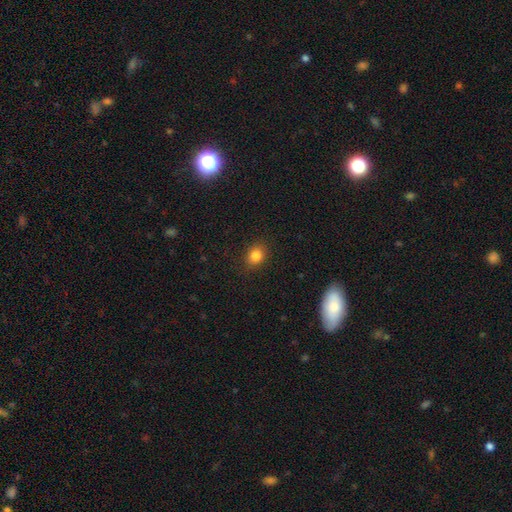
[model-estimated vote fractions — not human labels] smooth_or_featured: smooth (p=0.84) [alt: star or artifact p=0.11]
how_rounded: round (p=0.59) [alt: in between p=0.40]
merging: none (p=0.87) [alt: minor disturbance p=0.09]